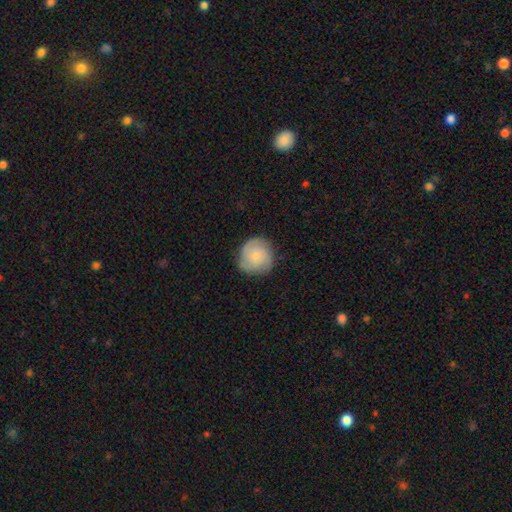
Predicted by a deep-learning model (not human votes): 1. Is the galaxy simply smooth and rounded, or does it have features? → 58% smooth, 35% featured or disk, 7% star or artifact.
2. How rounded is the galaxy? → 91% round, 8% in between, 1% cigar-shaped.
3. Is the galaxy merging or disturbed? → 78% none, 17% minor disturbance, 4% major disturbance, 1% merger.